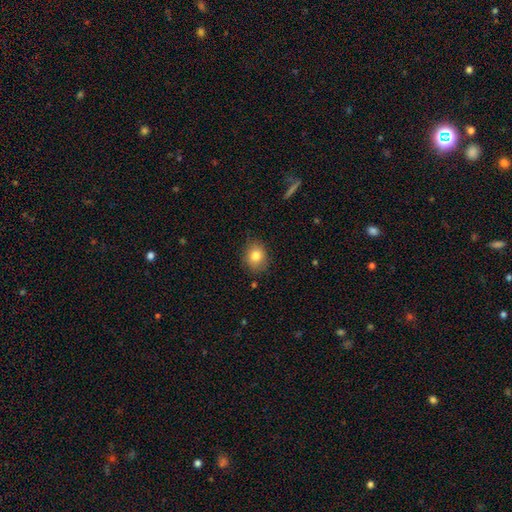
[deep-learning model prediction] Morphology: type=smooth (81%); roundness=round (61%); merging=none (83%).